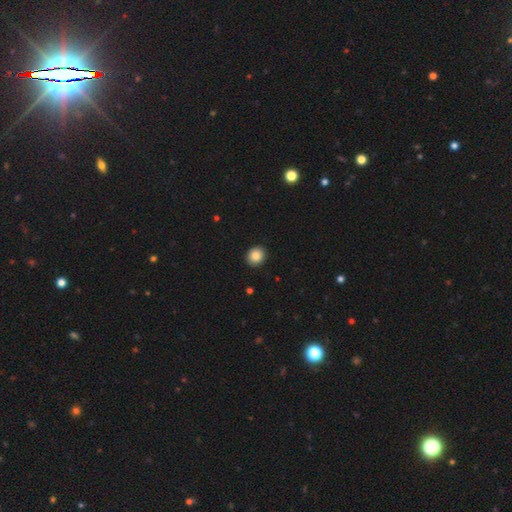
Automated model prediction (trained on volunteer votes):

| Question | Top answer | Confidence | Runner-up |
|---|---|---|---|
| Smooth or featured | smooth | 86% | star or artifact (9%) |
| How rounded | round | 79% | in between (21%) |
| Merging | none | 92% | minor disturbance (6%) |